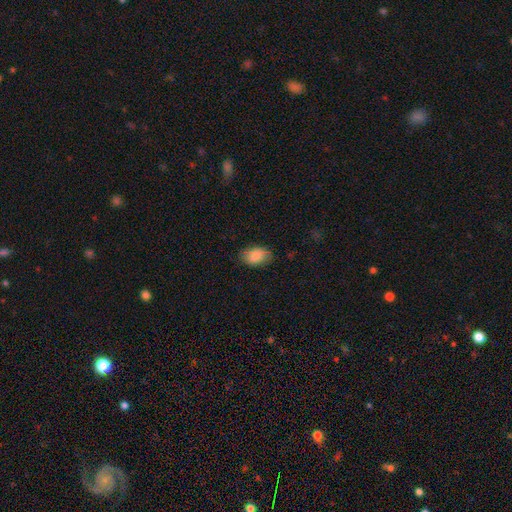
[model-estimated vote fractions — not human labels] Smooth or featured? smooth (84%)
How rounded? in between (89%)
Merging? none (76%)